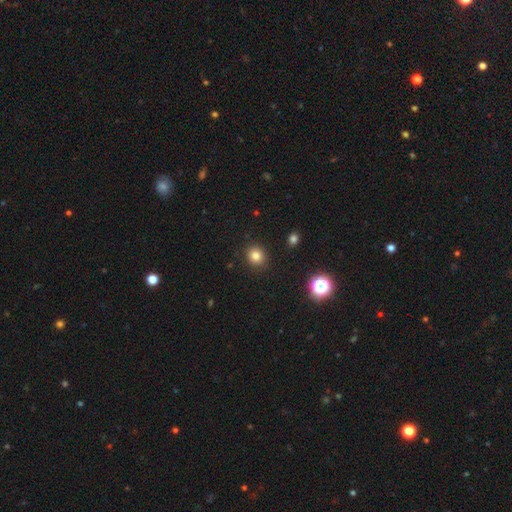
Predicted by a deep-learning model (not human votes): This is clearly a smooth galaxy (82%). How rounded: likely round (79%). Merging: clearly none (91%).